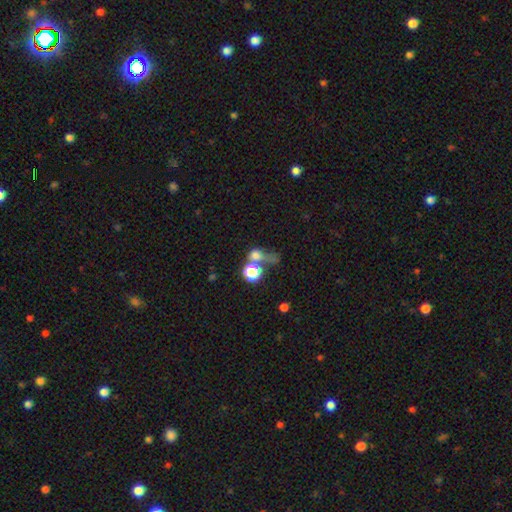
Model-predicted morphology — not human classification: smooth-or-featured: smooth: 60% | star or artifact: 25% | featured or disk: 15%
  how-rounded: round: 69% | in between: 27% | cigar-shaped: 4%
  merging: merger: 36% | none: 31% | major disturbance: 21% | minor disturbance: 11%